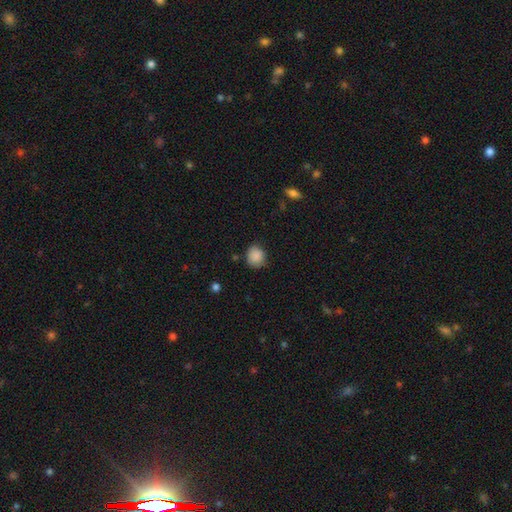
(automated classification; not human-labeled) This is clearly a smooth galaxy (87%). How rounded: likely round (78%). Merging: likely none (72%).